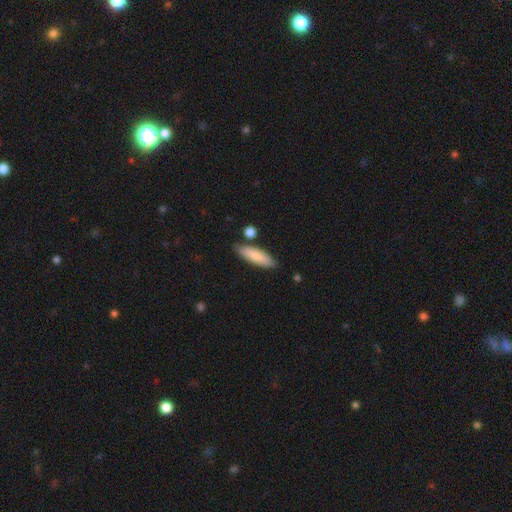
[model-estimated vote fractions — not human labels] smooth_or_featured: smooth (p=0.80) [alt: featured or disk p=0.14]
how_rounded: cigar-shaped (p=0.56) [alt: in between p=0.42]
merging: none (p=0.80) [alt: minor disturbance p=0.12]